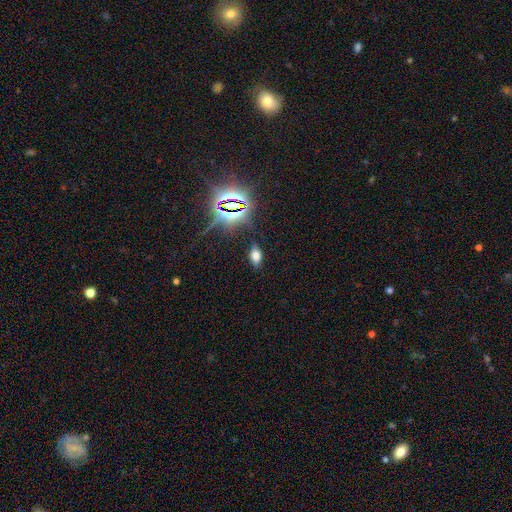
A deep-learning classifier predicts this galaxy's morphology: Smooth or featured: smooth — 62% (star or artifact — 26%)
How rounded: in between — 89% (round — 7%)
Merging: none — 83% (minor disturbance — 11%)